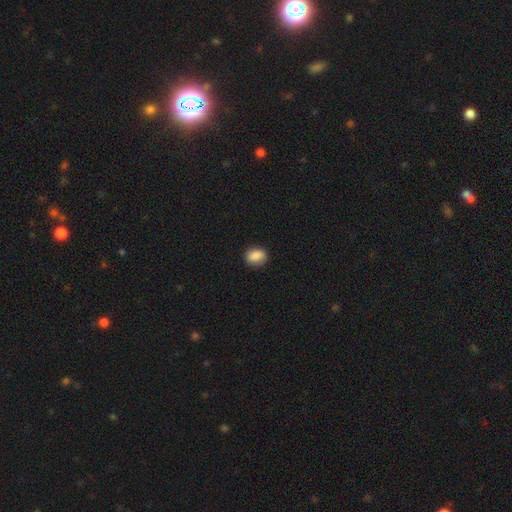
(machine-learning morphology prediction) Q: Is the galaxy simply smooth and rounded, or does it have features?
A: smooth — 88%.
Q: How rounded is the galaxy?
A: in between — 55%.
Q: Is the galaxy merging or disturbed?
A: none — 84%.